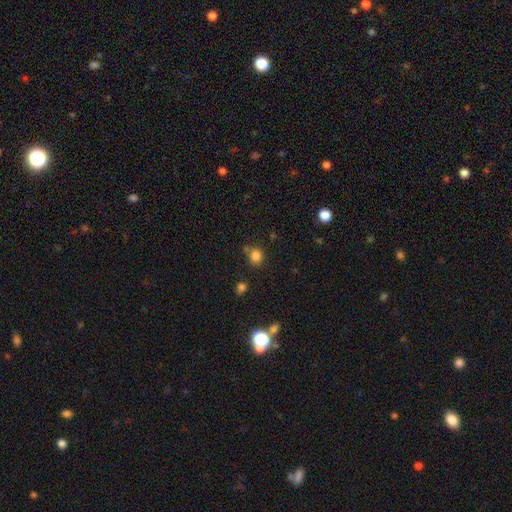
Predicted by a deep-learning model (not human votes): smooth 82%, star or artifact 13%, featured or disk 5%. Down the decision tree: how rounded — round (72%); merging — none (72%).